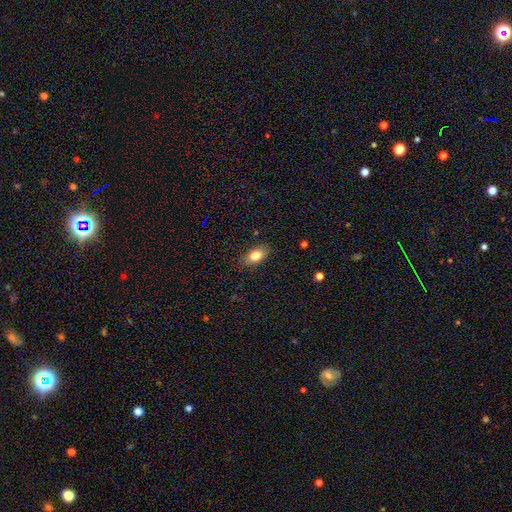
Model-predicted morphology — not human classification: smooth-or-featured: smooth: 81% | featured or disk: 11% | star or artifact: 8%
  how-rounded: in between: 89% | round: 7% | cigar-shaped: 4%
  merging: none: 85% | minor disturbance: 11% | major disturbance: 3% | merger: 1%